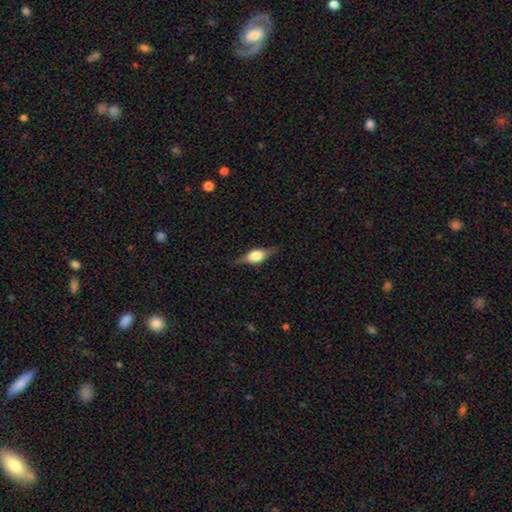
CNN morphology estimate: The model was most divided on "smooth or featured": featured or disk: 60%, smooth: 32%, star or artifact: 7%. More confident: edge-on disk — yes (95%); edge-on bulge — rounded (89%); merging — none (83%).